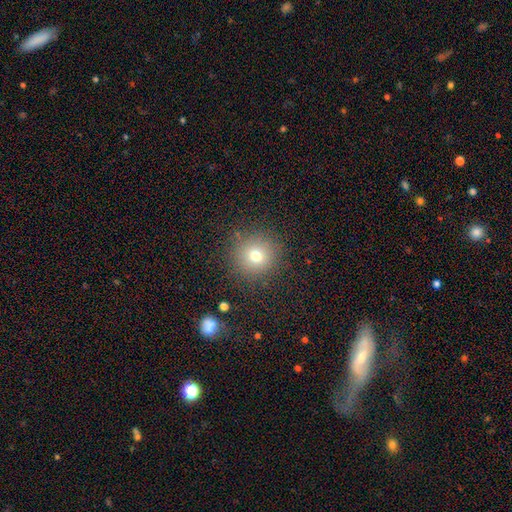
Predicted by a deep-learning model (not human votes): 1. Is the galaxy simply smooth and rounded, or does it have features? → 72% smooth, 17% star or artifact, 11% featured or disk.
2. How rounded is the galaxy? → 94% round, 5% in between, 1% cigar-shaped.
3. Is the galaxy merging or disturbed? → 88% none, 7% minor disturbance, 4% major disturbance, 1% merger.